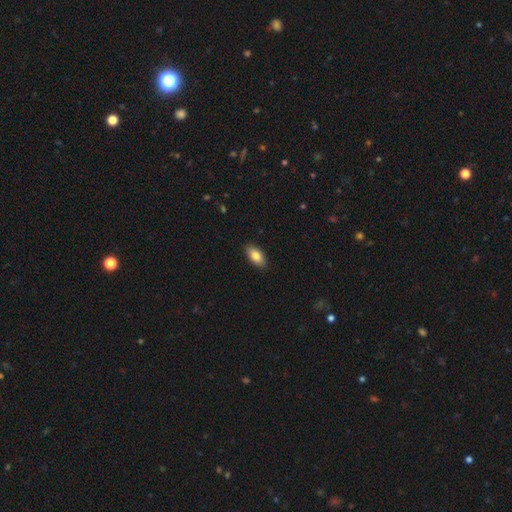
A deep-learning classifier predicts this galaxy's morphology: smooth-or-featured: smooth: 84% | featured or disk: 10% | star or artifact: 7%
  how-rounded: in between: 91% | cigar-shaped: 6% | round: 3%
  merging: none: 89% | minor disturbance: 8% | major disturbance: 2% | merger: 1%